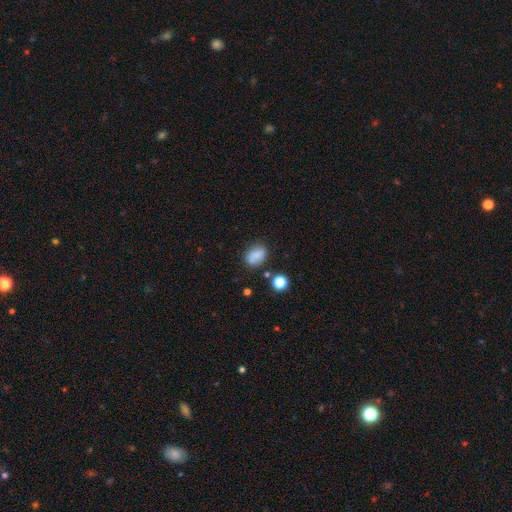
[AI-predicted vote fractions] A smooth galaxy with no disk features (81%) that is in between round and cigar-shaped (75%). Merging: none (72%).